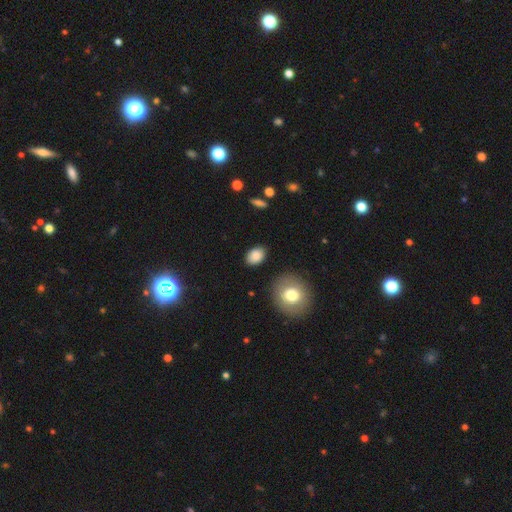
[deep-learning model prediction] Overall: smooth (86%). How rounded: in between (81%). Merging: none (85%).